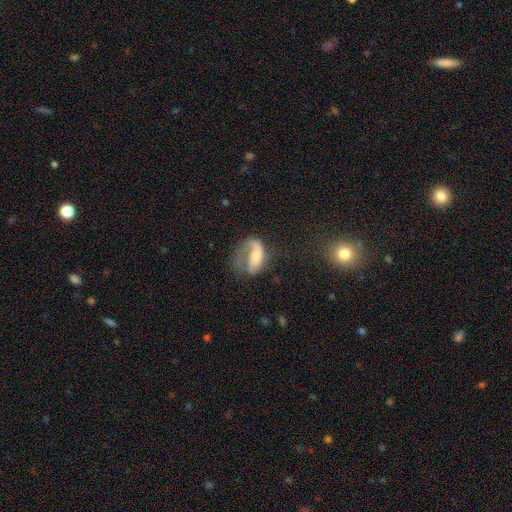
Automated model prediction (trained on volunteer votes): Smooth or featured: featured or disk — 61% (smooth — 31%)
Edge-on disk: no — 96% (yes — 4%)
Bar: no — 54% (weak — 31%)
Spiral arms: yes — 83% (no — 17%)
Bulge size: moderate — 33% (small — 32%)
Merging: major disturbance — 45% (none — 32%)